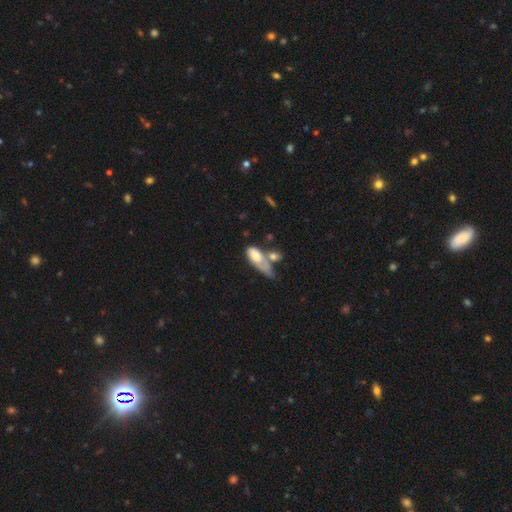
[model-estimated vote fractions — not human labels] This appears to be a smooth galaxy with no disk features (65%) that is in between round and cigar-shaped (82%). Merging: merger (40%).